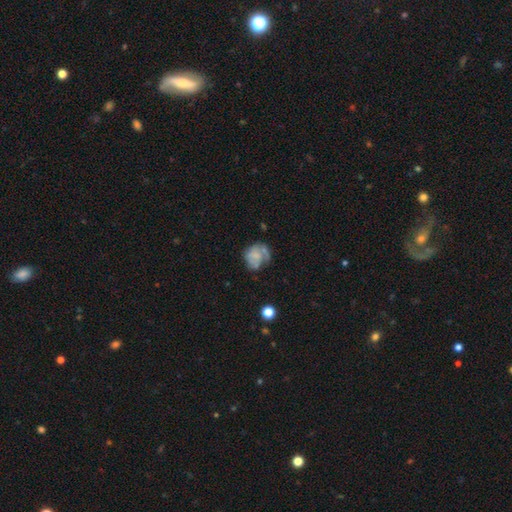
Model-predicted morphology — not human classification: This is possibly a featured or disk galaxy (47%). Merging: marginally none (40%).